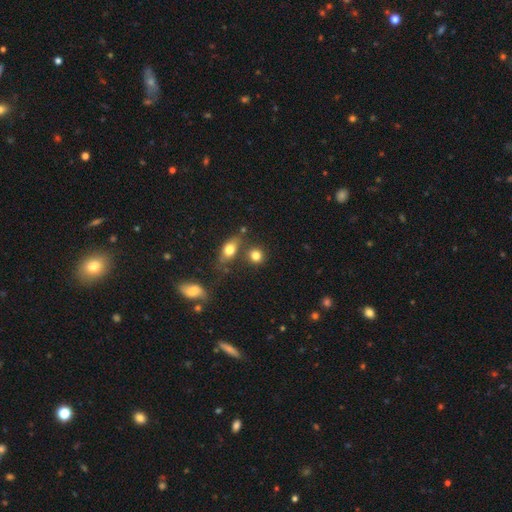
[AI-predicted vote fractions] A smooth galaxy with no disk features (80%) that is round (77%). Merging: none (69%).